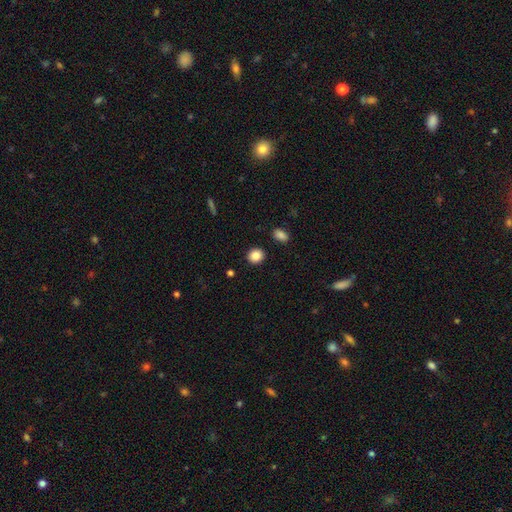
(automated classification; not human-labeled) A smooth galaxy with no disk features (87%) that is round (78%). Merging: none (90%).